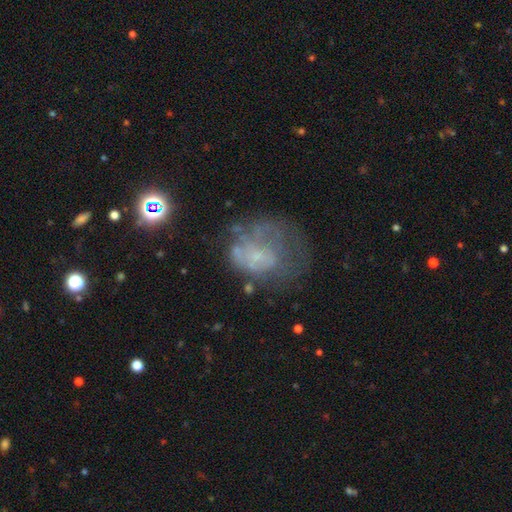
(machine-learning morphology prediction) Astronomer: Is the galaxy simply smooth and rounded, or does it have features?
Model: featured or disk — 48% (runner-up: smooth, 34%).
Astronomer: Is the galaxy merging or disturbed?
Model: major disturbance — 38% (runner-up: none, 34%).